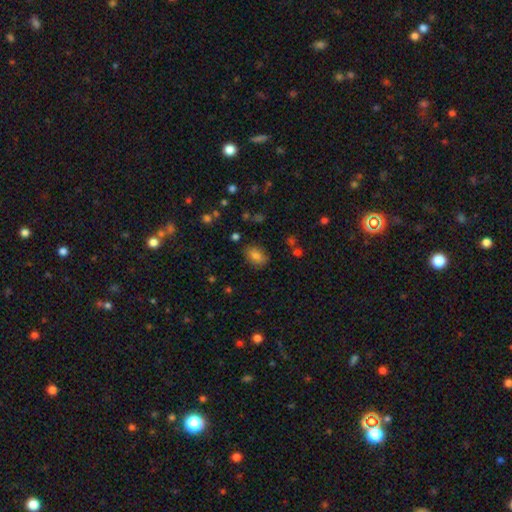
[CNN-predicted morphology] Smooth or featured: smooth — 83% (star or artifact — 10%)
How rounded: in between — 84% (round — 14%)
Merging: none — 81% (minor disturbance — 14%)